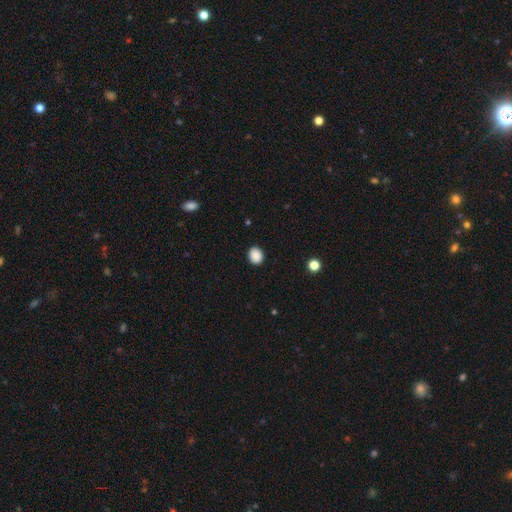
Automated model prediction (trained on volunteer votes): The model was most divided on "how rounded": round: 63%, in between: 37%, cigar-shaped: 1%. More confident: merging — none (90%); smooth or featured — smooth (88%).